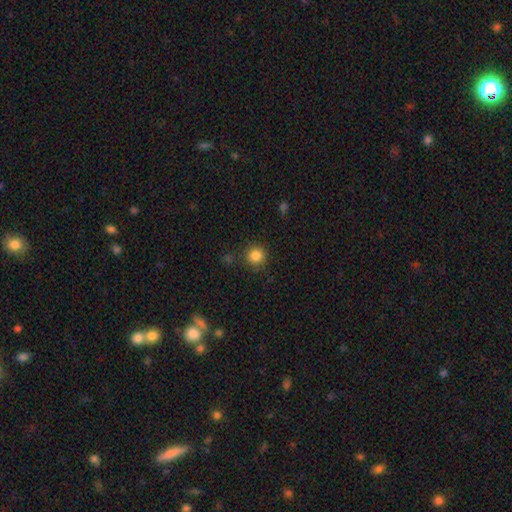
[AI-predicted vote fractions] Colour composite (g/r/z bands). It shows a smooth galaxy with no disk features (84%) that is round (93%). Merging: none (83%).